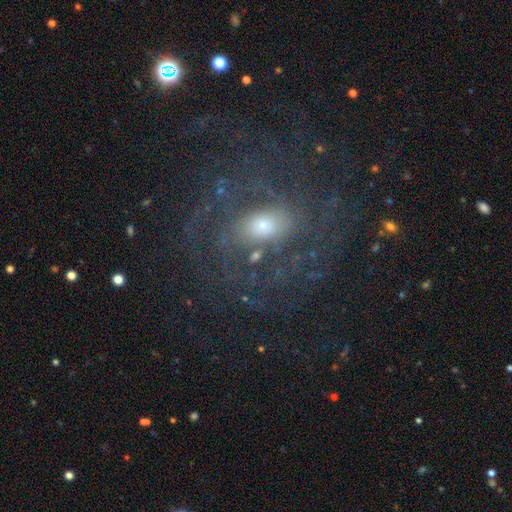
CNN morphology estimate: Smooth or featured? featured or disk (80%)
Edge-on disk? no (96%)
Bar? no (55%)
Spiral arms? yes (91%)
Spiral winding? tight (58%)
Spiral arm count? can't tell (41%)
Bulge size? moderate (47%)
Merging? none (73%)